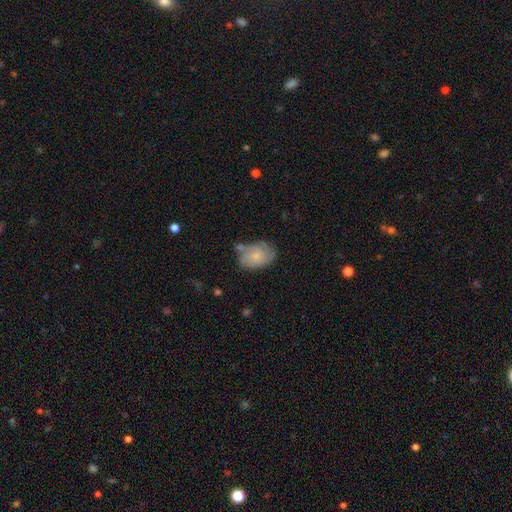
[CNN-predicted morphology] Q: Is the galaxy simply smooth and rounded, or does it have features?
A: smooth — 64%.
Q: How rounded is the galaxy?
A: in between — 79%.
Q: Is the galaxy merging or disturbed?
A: none — 47%.